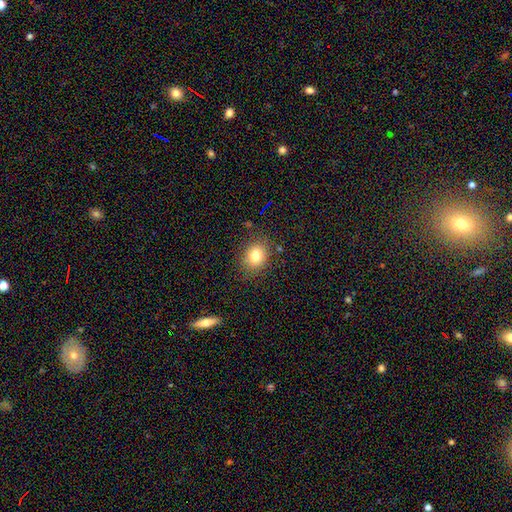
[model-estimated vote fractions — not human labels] Morphology: type=smooth (79%); roundness=round (65%); merging=none (83%).